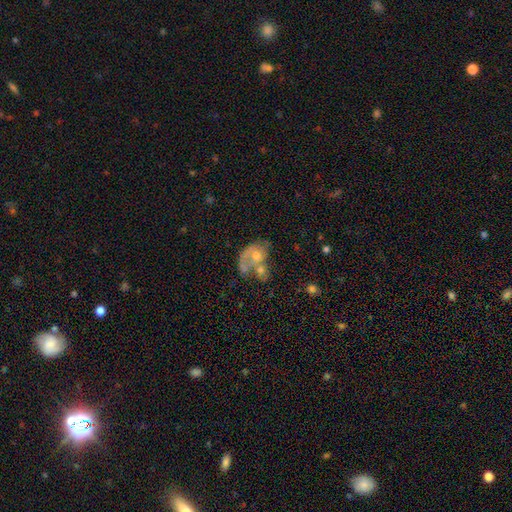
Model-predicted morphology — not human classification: smooth_or_featured: featured or disk (p=0.55) [alt: smooth p=0.36]
disk_edge_on: no (p=0.96) [alt: yes p=0.04]
bar: no (p=0.79) [alt: weak p=0.17]
has_spiral_arms: yes (p=0.54) [alt: no p=0.46]
bulge_size: moderate (p=0.63) [alt: small p=0.23]
merging: merger (p=0.47) [alt: major disturbance p=0.20]